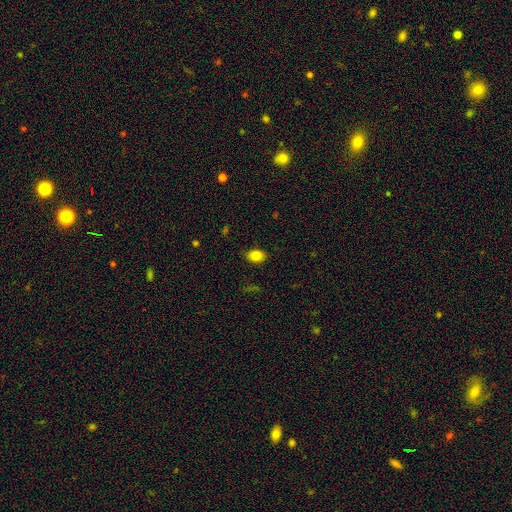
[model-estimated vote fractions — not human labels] Smooth or featured: smooth — 83% (star or artifact — 10%)
How rounded: in between — 77% (round — 22%)
Merging: none — 85% (minor disturbance — 11%)